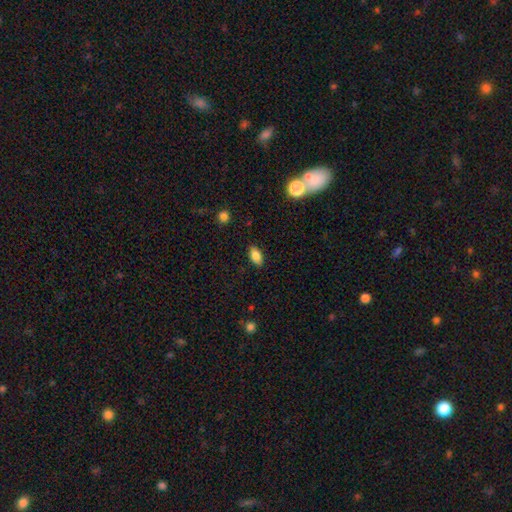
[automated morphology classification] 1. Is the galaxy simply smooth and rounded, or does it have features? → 84% smooth, 9% star or artifact, 8% featured or disk.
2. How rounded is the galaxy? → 91% in between, 6% round, 4% cigar-shaped.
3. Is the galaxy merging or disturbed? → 88% none, 9% minor disturbance, 2% major disturbance, 1% merger.